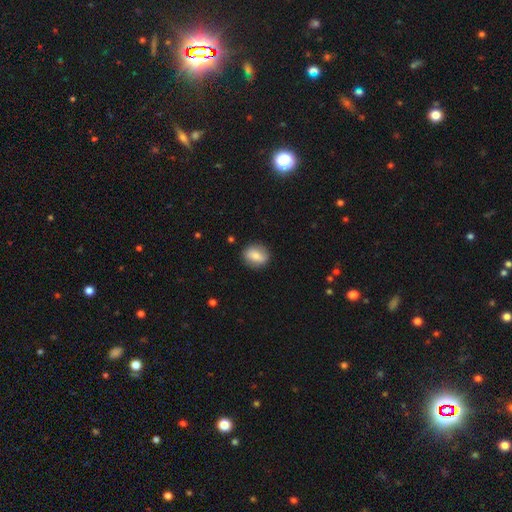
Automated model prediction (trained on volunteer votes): Smooth or featured? smooth (71%)
How rounded? round (58%)
Merging? none (86%)